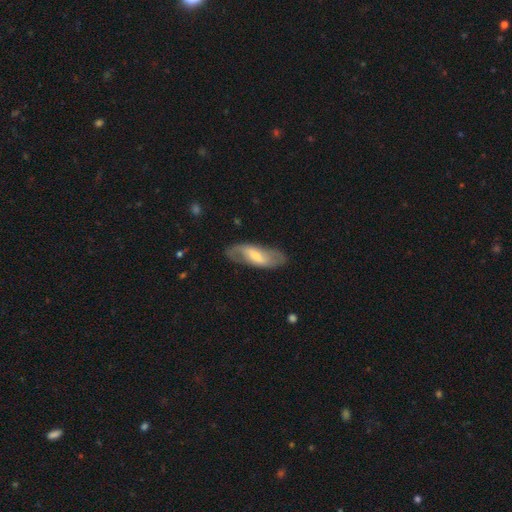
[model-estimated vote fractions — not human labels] Smooth or featured? Predicted: featured or disk (p=0.59). Edge-on disk? Predicted: no (p=0.86). Bar? Predicted: weak (p=0.42). Spiral arms? Predicted: yes (p=0.72). Bulge size? Predicted: moderate (p=0.44). Merging? Predicted: none (p=0.79).